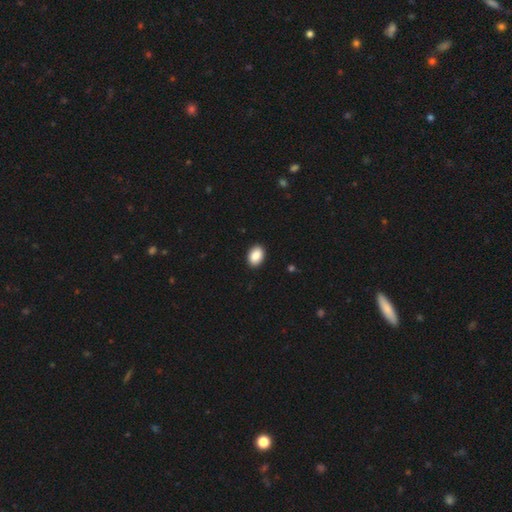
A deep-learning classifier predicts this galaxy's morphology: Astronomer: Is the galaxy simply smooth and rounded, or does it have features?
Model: smooth — 88%.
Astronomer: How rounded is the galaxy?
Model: in between — 82%.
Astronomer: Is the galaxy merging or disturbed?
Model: none — 91%.